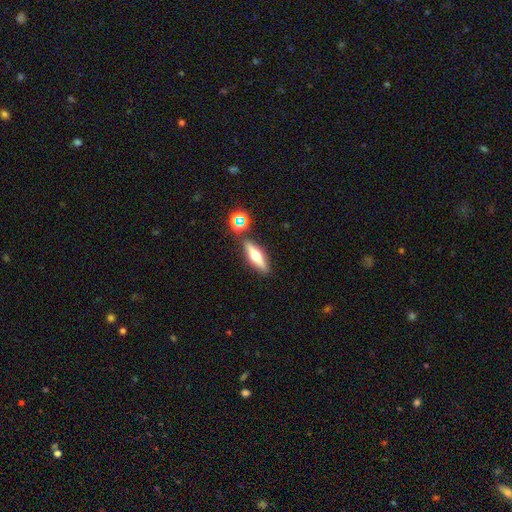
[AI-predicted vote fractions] A featured or disk galaxy (54%) viewed edge-on (92%) with a rounded central bulge (93%).

Vote fractions:
- Smooth or featured? featured or disk: 54% / smooth: 37% / star or artifact: 8%
- Edge-on disk? yes: 92% / no: 8%
- Edge-on bulge? rounded: 93% / boxy: 4% / none: 3%
- Merging? none: 85% / minor disturbance: 8% / merger: 5% / major disturbance: 2%